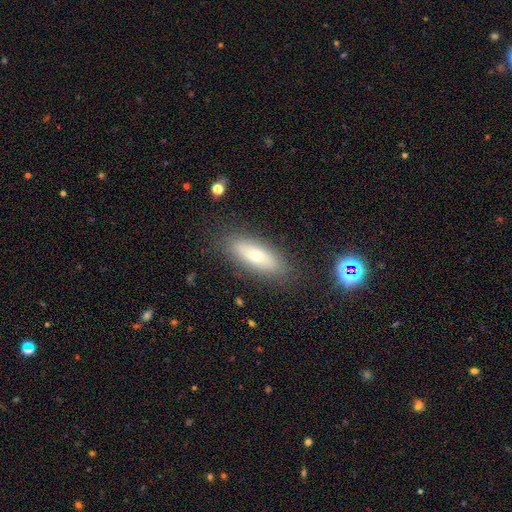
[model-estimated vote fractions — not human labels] Morphology: type=smooth (62%); roundness=in between (60%); merging=none (83%).